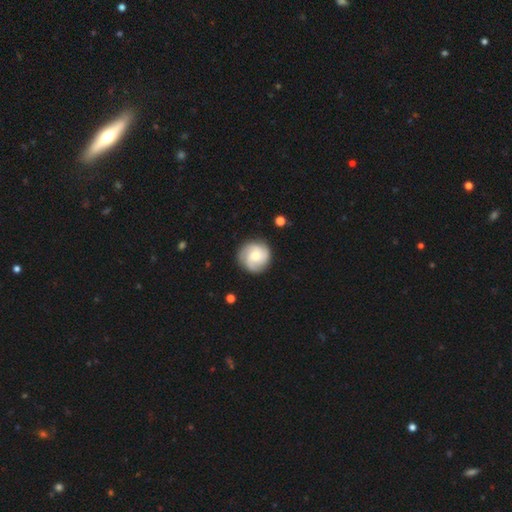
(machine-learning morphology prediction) This appears to be a featured or disk galaxy (66%) with no bar (70%), 3 (57%) tight (45%) spiral arms (94%) and a moderate central bulge (56%). Merging: none (85%).